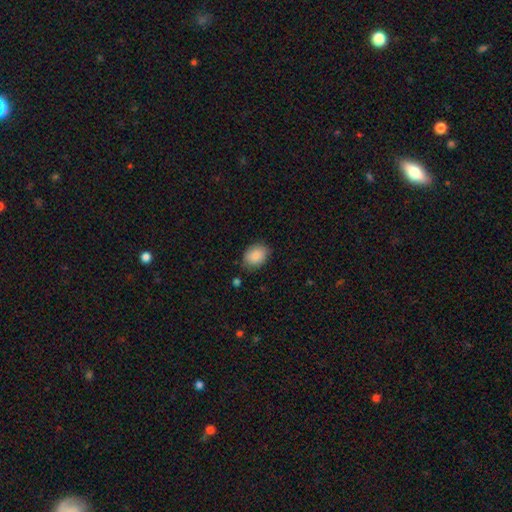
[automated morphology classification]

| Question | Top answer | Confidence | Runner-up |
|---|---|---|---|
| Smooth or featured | smooth | 85% | featured or disk (8%) |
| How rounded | in between | 65% | round (34%) |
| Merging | none | 79% | minor disturbance (16%) |